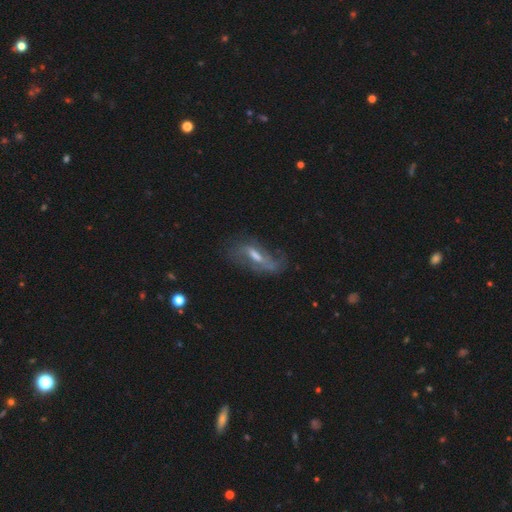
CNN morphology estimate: smooth_or_featured: featured or disk (p=0.70) [alt: smooth p=0.20]
disk_edge_on: no (p=0.81) [alt: yes p=0.19]
bar: weak (p=0.47) [alt: strong p=0.31]
has_spiral_arms: yes (p=0.78) [alt: no p=0.22]
bulge_size: moderate (p=0.50) [alt: small p=0.34]
merging: none (p=0.58) [alt: minor disturbance p=0.23]